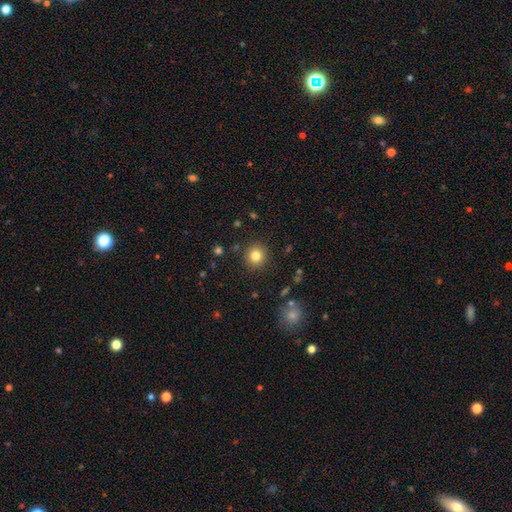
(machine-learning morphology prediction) This appears to be a smooth galaxy with no disk features (81%) that is round (92%). Merging: none (90%).